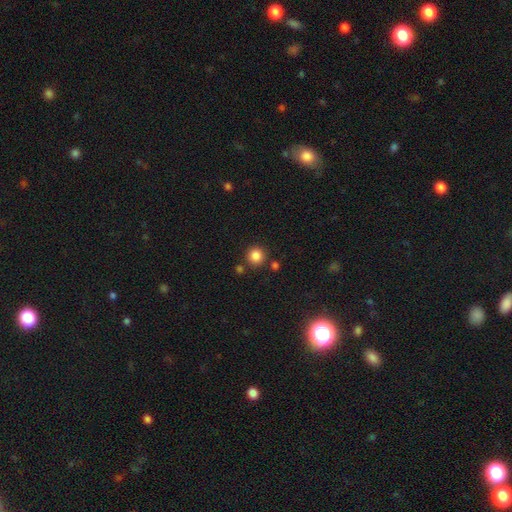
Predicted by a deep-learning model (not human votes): A smooth galaxy with no disk features (85%) that is round (93%). Merging: none (82%).